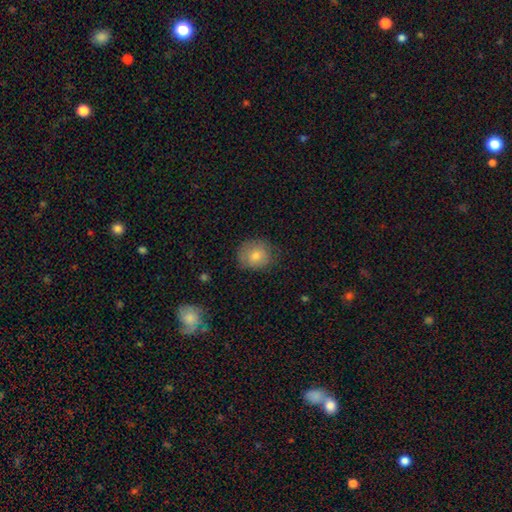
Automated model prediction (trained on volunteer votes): This appears to be a smooth galaxy with no disk features (75%) that is round (76%). Merging: none (76%).